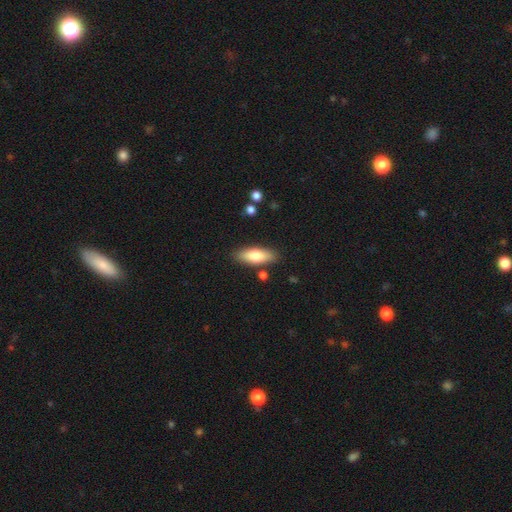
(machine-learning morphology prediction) A smooth galaxy with no disk features (73%) that is in between round and cigar-shaped (67%).

Vote fractions:
- Smooth or featured? smooth: 73% / featured or disk: 20% / star or artifact: 6%
- How rounded? in between: 67% / cigar-shaped: 31% / round: 3%
- Merging? none: 83% / minor disturbance: 11% / merger: 4% / major disturbance: 2%